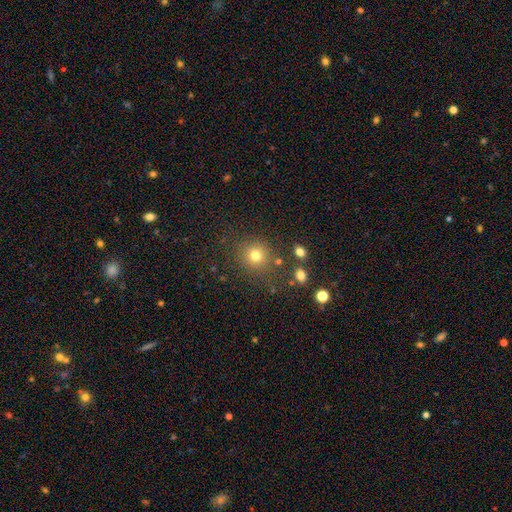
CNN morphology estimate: This is likely a smooth galaxy (77%). How rounded: clearly round (90%). Merging: clearly none (80%).